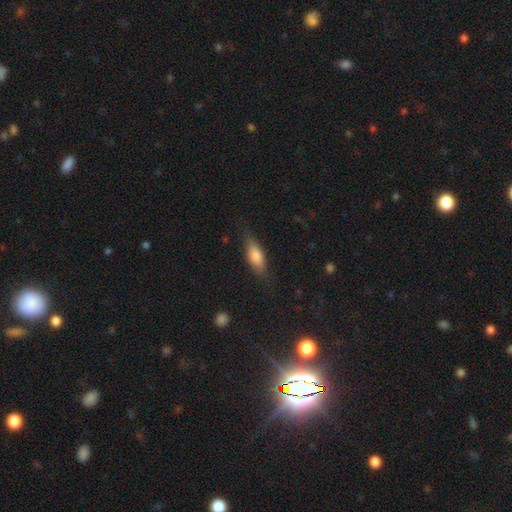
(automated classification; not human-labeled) This appears to be a smooth galaxy with no disk features (69%) that is in between round and cigar-shaped (64%). Merging: none (76%).